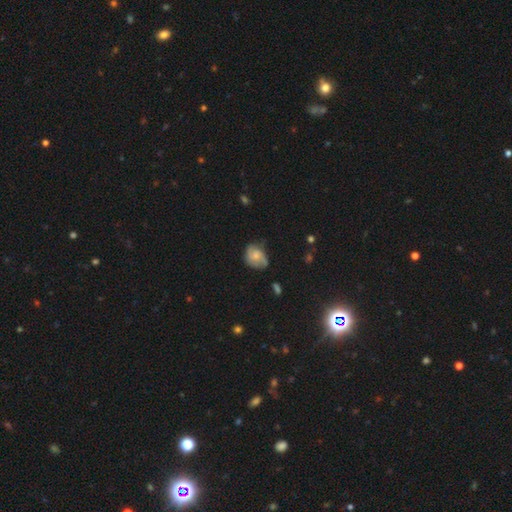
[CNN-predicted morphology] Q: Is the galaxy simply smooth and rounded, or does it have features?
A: smooth — 47%.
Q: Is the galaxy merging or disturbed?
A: none — 52%.